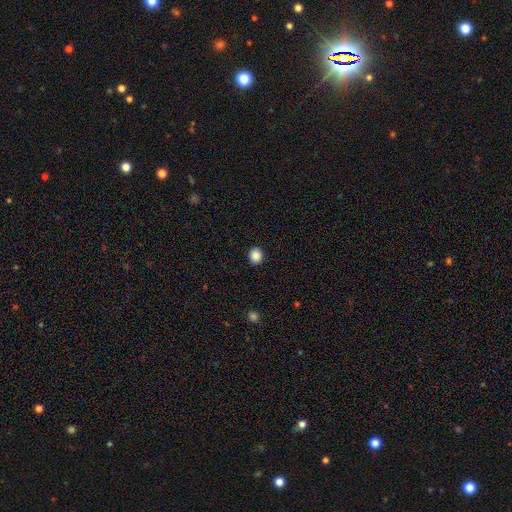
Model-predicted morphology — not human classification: smooth_or_featured: smooth (p=0.88) [alt: star or artifact p=0.09]
how_rounded: round (p=0.79) [alt: in between p=0.20]
merging: none (p=0.92) [alt: minor disturbance p=0.06]